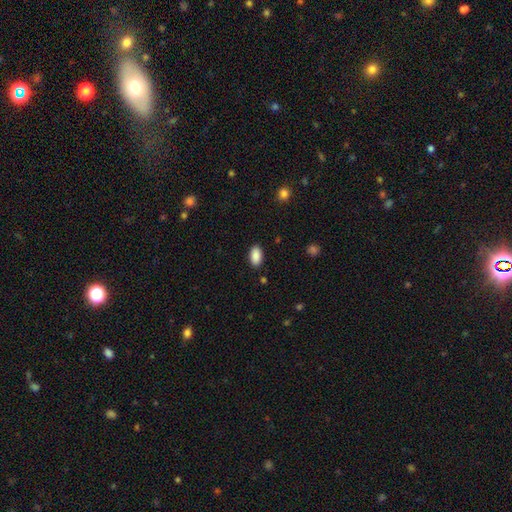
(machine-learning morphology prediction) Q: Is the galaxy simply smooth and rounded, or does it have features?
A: smooth — 90%.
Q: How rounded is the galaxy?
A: in between — 94%.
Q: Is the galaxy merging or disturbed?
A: none — 88%.